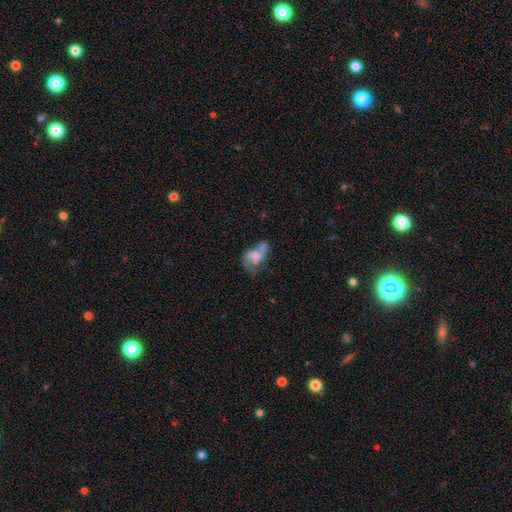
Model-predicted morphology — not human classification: featured or disk 49%, smooth 41%, star or artifact 10%. Down the decision tree: merging — merger (32%).